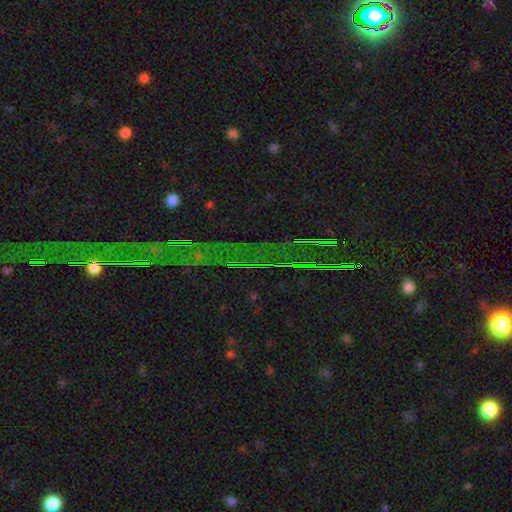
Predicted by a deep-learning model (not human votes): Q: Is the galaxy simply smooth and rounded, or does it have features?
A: star or artifact — 82%.